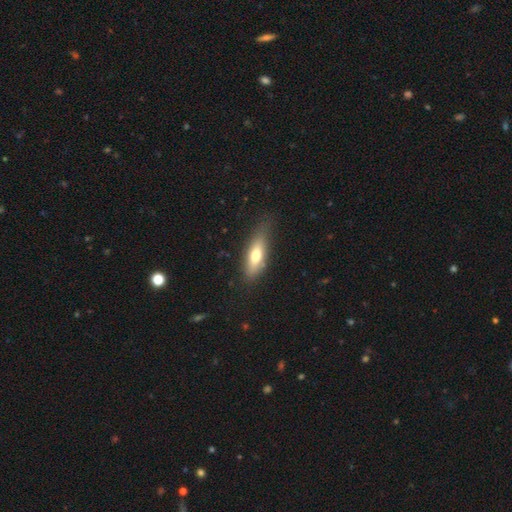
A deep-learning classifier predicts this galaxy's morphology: Q: Smooth or featured?
A: smooth (66%); runner-up: featured or disk (28%)
Q: How rounded?
A: in between (60%); runner-up: cigar-shaped (37%)
Q: Merging?
A: none (70%); runner-up: minor disturbance (22%)